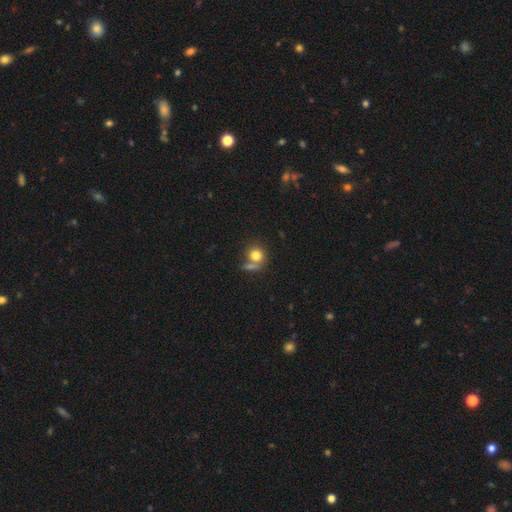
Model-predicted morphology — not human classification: The model was most divided on "merging": none: 53%, merger: 29%, minor disturbance: 12%, major disturbance: 7%. More confident: how rounded — round (81%); smooth or featured — smooth (79%).